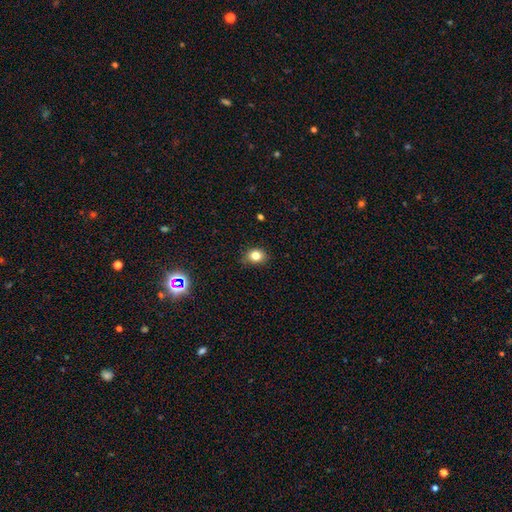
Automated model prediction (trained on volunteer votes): A smooth galaxy with no disk features (80%) that is round (54%). Merging: none (79%).